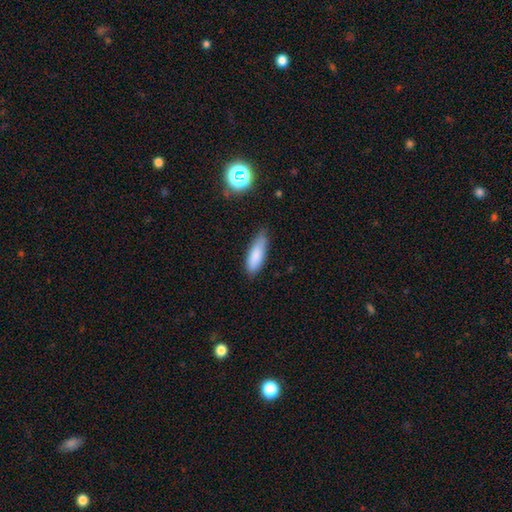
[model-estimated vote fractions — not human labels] Smooth or featured? smooth (85%)
How rounded? in between (57%)
Merging? none (74%)